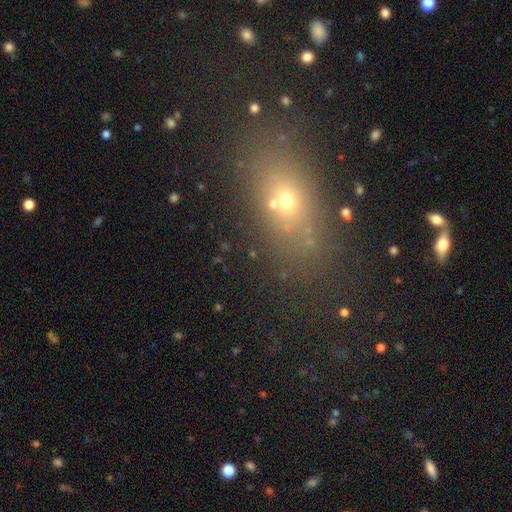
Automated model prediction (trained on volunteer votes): Smooth or featured? smooth (56%)
How rounded? in between (68%)
Merging? none (79%)